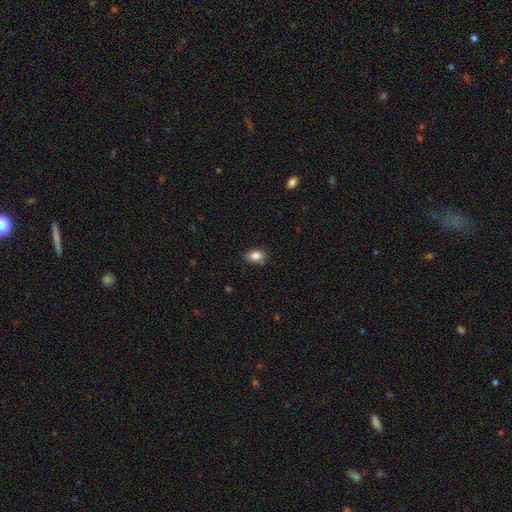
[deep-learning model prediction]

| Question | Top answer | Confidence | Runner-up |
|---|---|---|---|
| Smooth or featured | smooth | 85% | star or artifact (9%) |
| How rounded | in between | 81% | round (18%) |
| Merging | none | 76% | minor disturbance (17%) |